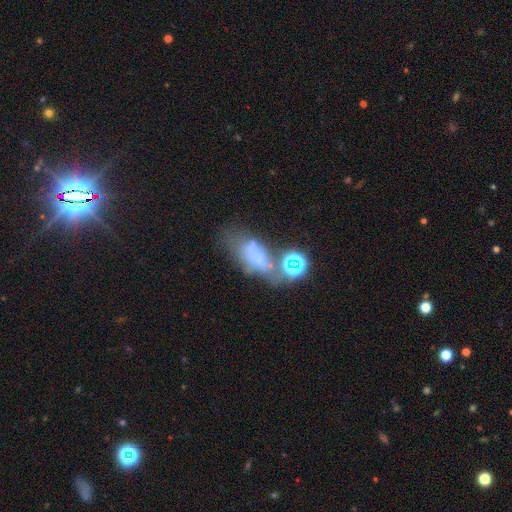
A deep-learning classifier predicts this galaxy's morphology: A smooth galaxy with no disk features (44%). Merging: major disturbance (28%).